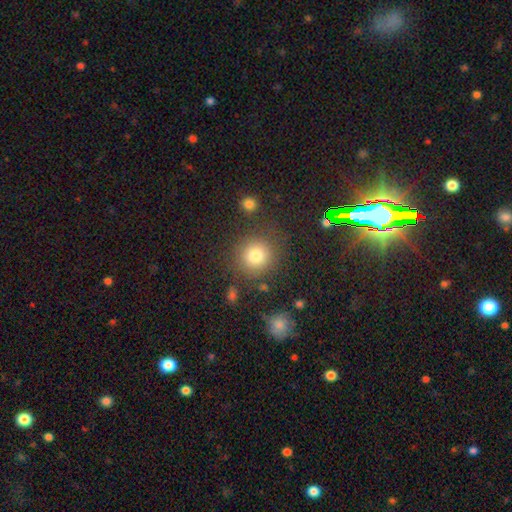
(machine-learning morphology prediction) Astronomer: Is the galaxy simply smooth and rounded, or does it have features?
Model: smooth — 80%.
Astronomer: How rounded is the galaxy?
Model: round — 90%.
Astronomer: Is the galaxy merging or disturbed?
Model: none — 81%.